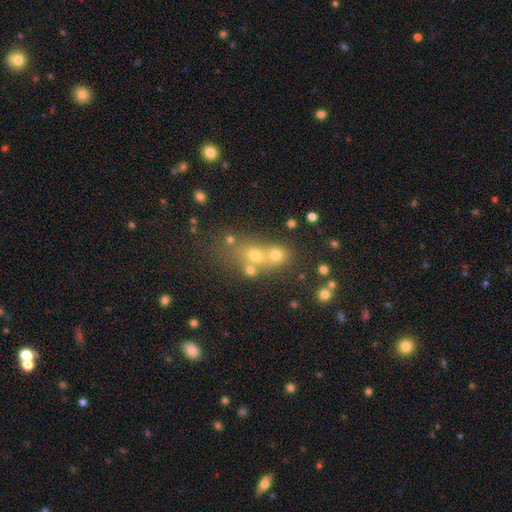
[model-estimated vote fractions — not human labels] Smooth or featured? smooth (44%)
Merging? merger (47%)